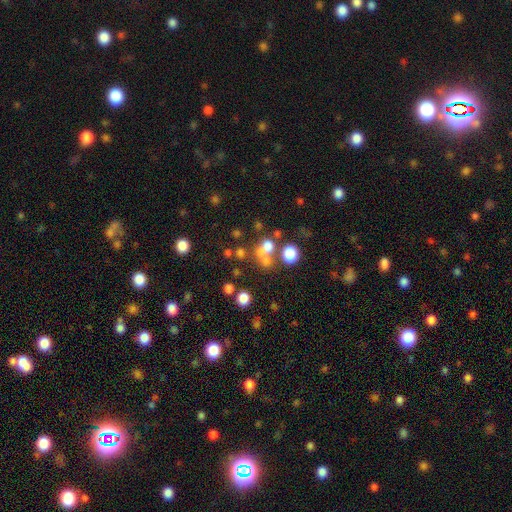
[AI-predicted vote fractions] The model was most divided on "smooth or featured": star or artifact: 71%, smooth: 20%, featured or disk: 9%.